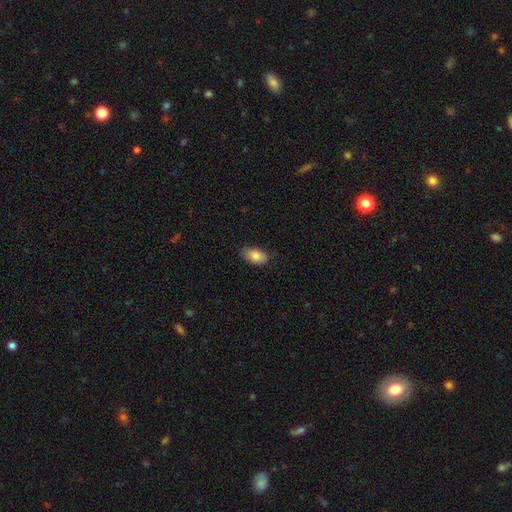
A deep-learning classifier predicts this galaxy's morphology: Smooth or featured: smooth — 81% (featured or disk — 13%)
How rounded: in between — 93% (round — 5%)
Merging: none — 78% (minor disturbance — 18%)